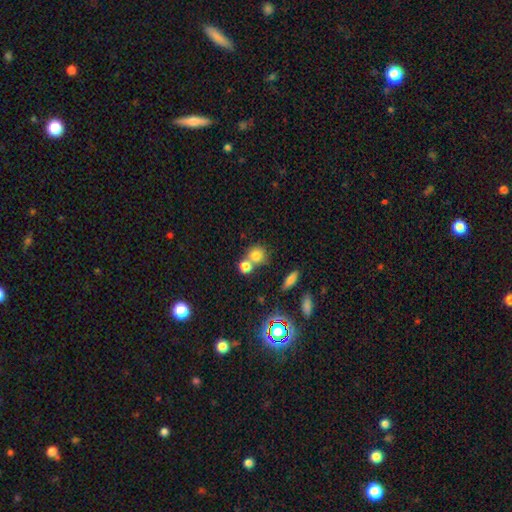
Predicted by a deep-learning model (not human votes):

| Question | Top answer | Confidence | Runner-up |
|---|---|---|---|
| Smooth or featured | smooth | 77% | star or artifact (13%) |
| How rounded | round | 81% | in between (17%) |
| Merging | none | 46% | merger (43%) |